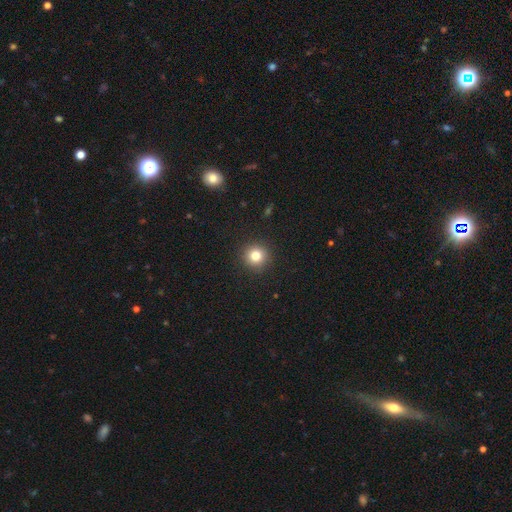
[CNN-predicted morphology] A smooth galaxy with no disk features (81%) that is round (94%). Merging: none (92%).